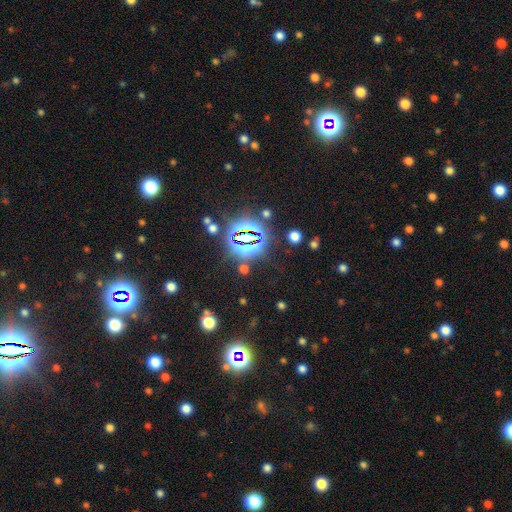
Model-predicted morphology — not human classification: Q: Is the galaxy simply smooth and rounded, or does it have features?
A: star or artifact — 83%.